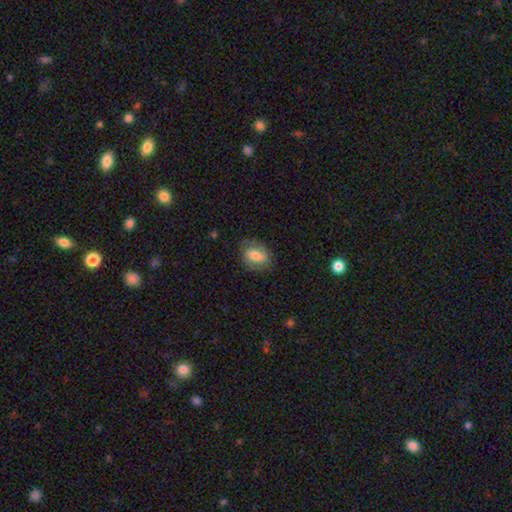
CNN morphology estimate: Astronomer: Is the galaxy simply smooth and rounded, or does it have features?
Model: featured or disk — 56% (runner-up: smooth, 36%).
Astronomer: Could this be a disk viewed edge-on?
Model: no — 95%.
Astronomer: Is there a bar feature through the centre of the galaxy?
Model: weak — 43% (runner-up: strong, 31%).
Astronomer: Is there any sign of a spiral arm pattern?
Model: yes — 83%.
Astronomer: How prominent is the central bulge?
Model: moderate — 54%.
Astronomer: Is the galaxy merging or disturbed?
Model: none — 76%.